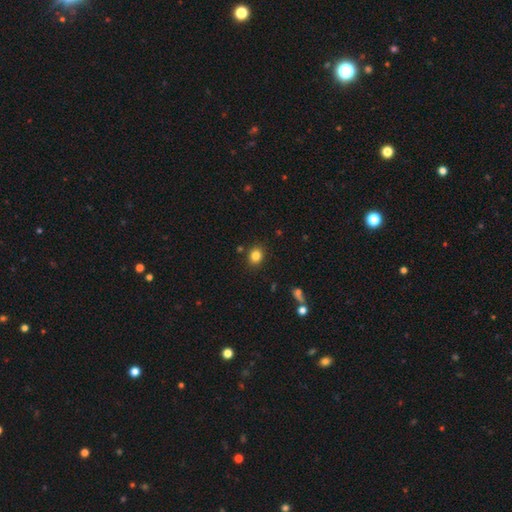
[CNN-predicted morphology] A smooth galaxy with no disk features (83%) that is round (62%).

Vote fractions:
- Smooth or featured? smooth: 83% / star or artifact: 11% / featured or disk: 6%
- How rounded? round: 62% / in between: 37% / cigar-shaped: 1%
- Merging? none: 86% / minor disturbance: 9% / merger: 3% / major disturbance: 2%